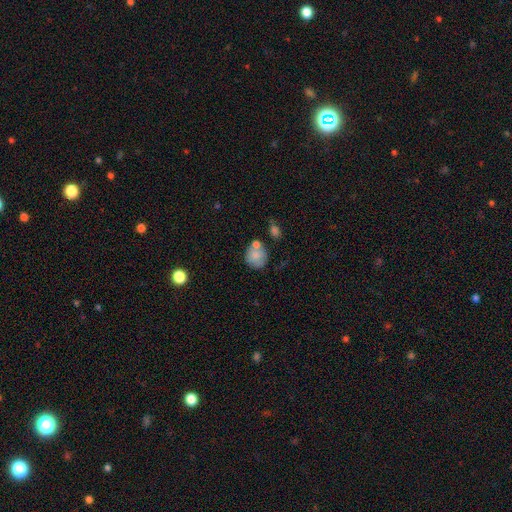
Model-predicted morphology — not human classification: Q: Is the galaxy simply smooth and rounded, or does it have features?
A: smooth — 76%.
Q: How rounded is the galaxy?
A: round — 76%.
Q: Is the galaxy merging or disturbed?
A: none — 53%.